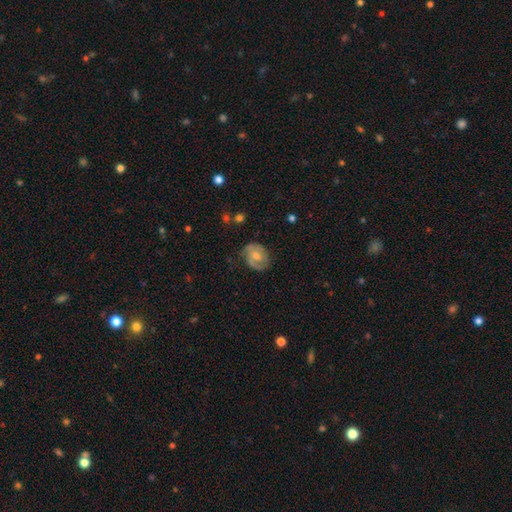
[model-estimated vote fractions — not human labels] Smooth or featured: featured or disk — 65% (smooth — 28%)
Edge-on disk: no — 97% (yes — 3%)
Bar: no — 55% (weak — 37%)
Spiral arms: yes — 84% (no — 16%)
Spiral winding: medium — 43% (tight — 40%)
Spiral arm count: 2 — 74% (can't tell — 13%)
Bulge size: moderate — 62% (small — 33%)
Merging: none — 70% (minor disturbance — 22%)